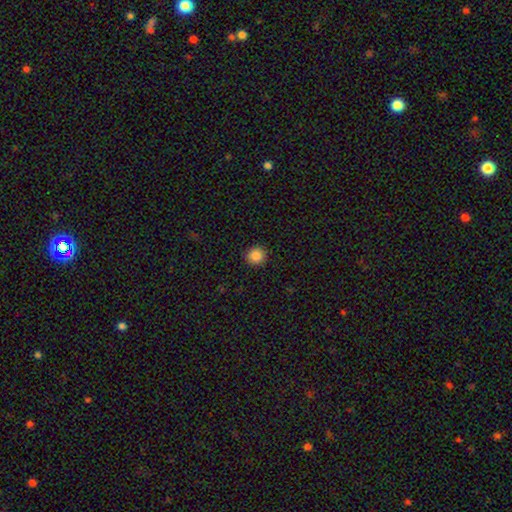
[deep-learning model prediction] This is clearly a smooth galaxy (87%). How rounded: clearly round (94%). Merging: clearly none (92%).